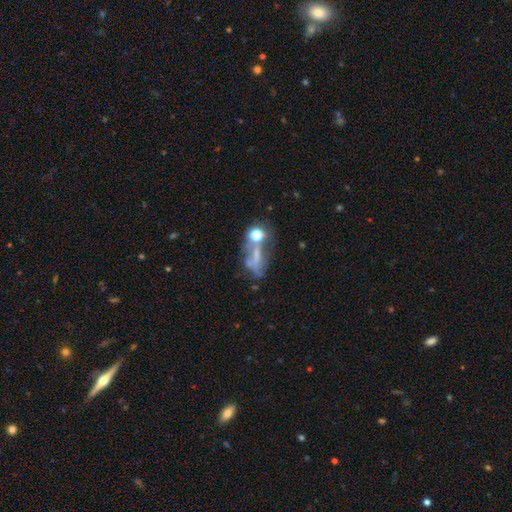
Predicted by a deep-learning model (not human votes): This appears to be a featured or disk galaxy (39%). Merging: major disturbance (30%).